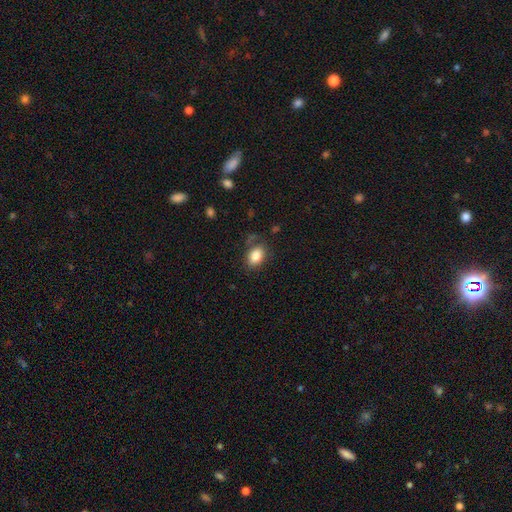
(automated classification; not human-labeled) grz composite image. It shows a smooth galaxy with no disk features (85%) that is in between round and cigar-shaped (83%). Merging: none (73%).